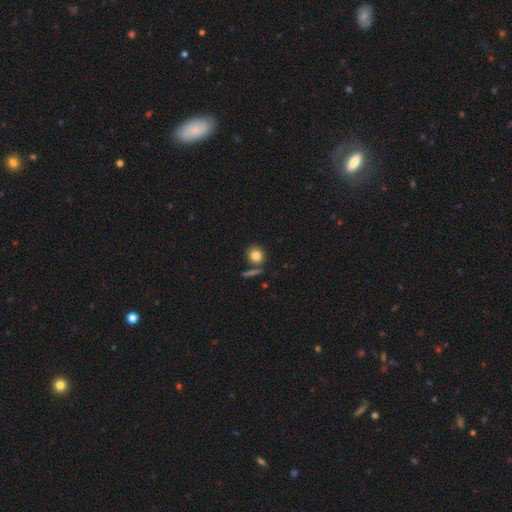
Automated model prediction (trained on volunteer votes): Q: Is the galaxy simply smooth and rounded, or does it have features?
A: smooth — 82%.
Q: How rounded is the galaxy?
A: round — 82%.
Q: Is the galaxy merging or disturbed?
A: none — 74%.